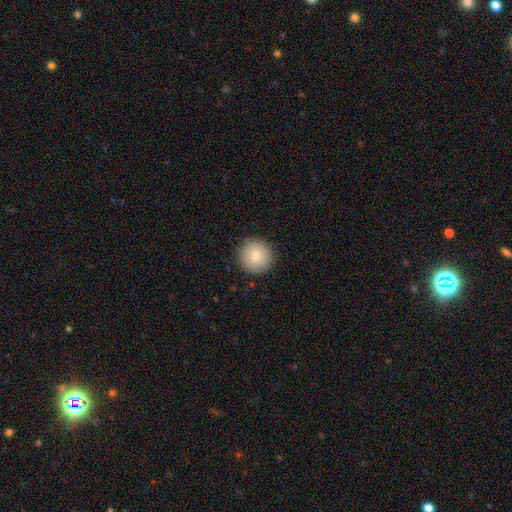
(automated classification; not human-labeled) This is clearly a smooth galaxy (81%). How rounded: clearly round (95%). Merging: clearly none (91%).